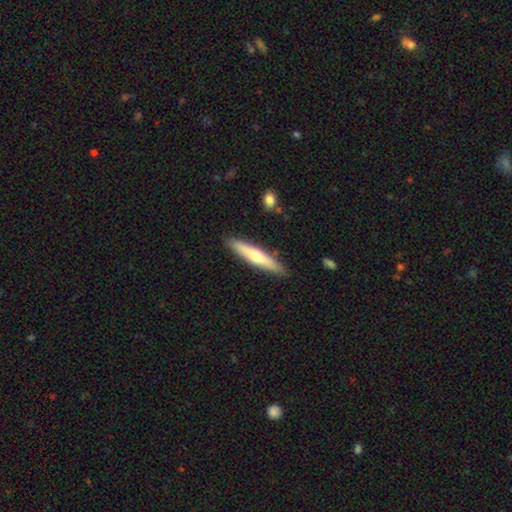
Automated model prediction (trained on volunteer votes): A smooth galaxy with no disk features (49%).

Vote fractions:
- Smooth or featured? smooth: 49% / featured or disk: 46% / star or artifact: 5%
- Merging? none: 89% / minor disturbance: 8% / major disturbance: 2% / merger: 1%